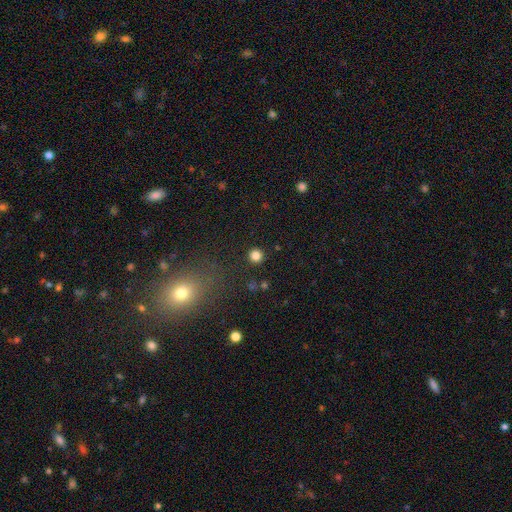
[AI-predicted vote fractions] Smooth or featured: smooth — 82% (star or artifact — 13%)
How rounded: round — 95% (in between — 4%)
Merging: none — 92% (minor disturbance — 5%)